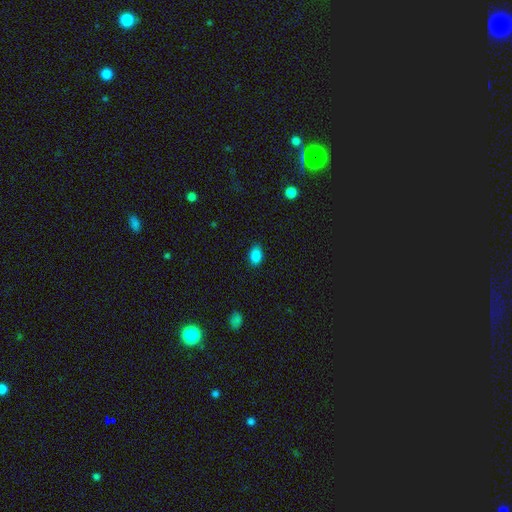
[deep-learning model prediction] This is clearly a smooth galaxy (87%). How rounded: clearly in between (84%). Merging: clearly none (85%).